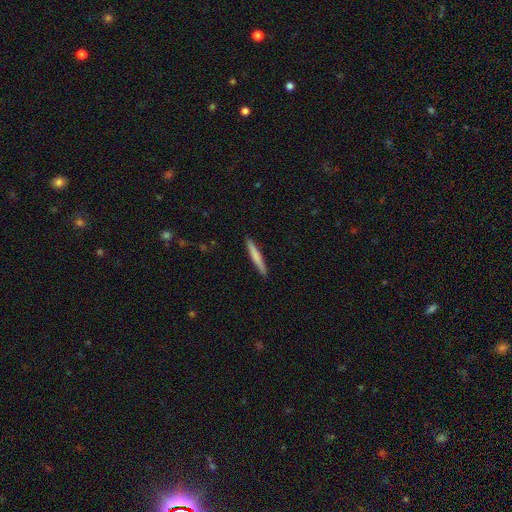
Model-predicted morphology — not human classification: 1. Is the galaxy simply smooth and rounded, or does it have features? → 71% smooth, 24% featured or disk, 5% star or artifact.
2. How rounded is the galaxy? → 96% cigar-shaped, 3% in between, 1% round.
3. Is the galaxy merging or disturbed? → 91% none, 6% minor disturbance, 1% major disturbance, 1% merger.